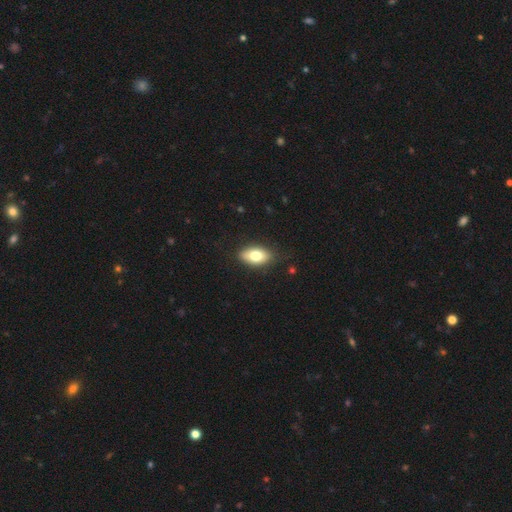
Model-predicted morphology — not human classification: This appears to be a smooth galaxy with no disk features (75%) that is in between round and cigar-shaped (90%). Merging: none (84%).